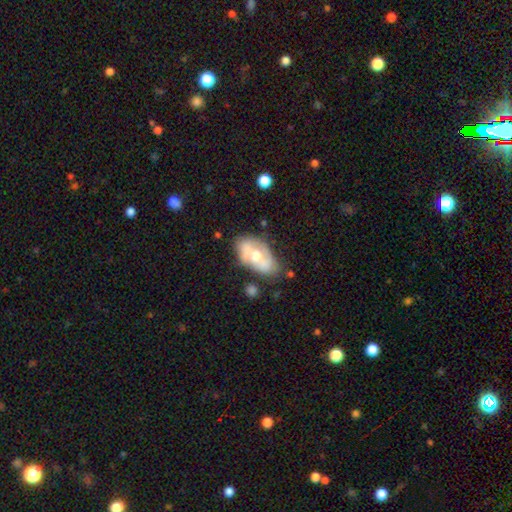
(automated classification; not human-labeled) Q: Smooth or featured?
A: featured or disk (54%); runner-up: smooth (39%)
Q: Edge-on disk?
A: no (90%); runner-up: yes (10%)
Q: Merging?
A: none (60%); runner-up: minor disturbance (27%)